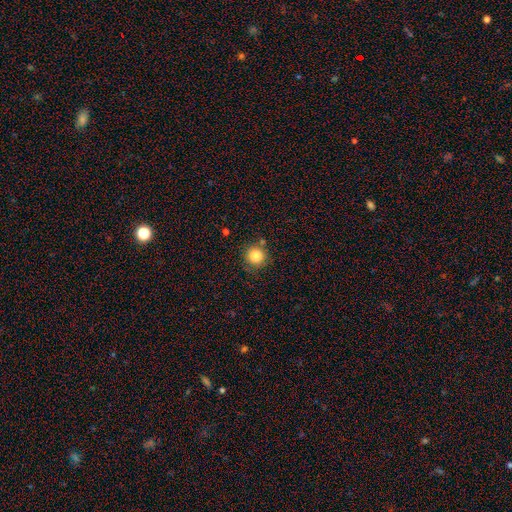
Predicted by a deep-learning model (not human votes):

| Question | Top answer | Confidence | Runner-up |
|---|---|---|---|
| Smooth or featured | smooth | 85% | star or artifact (10%) |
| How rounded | round | 94% | in between (5%) |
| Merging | none | 81% | minor disturbance (10%) |